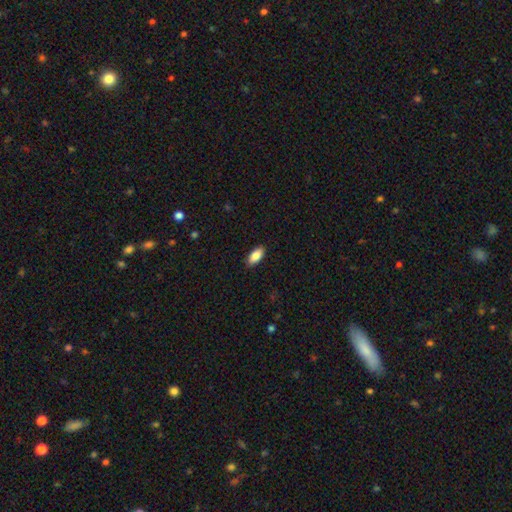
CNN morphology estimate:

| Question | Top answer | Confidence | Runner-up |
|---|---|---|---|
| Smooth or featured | smooth | 87% | featured or disk (7%) |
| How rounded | in between | 90% | cigar-shaped (8%) |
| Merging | none | 89% | minor disturbance (8%) |